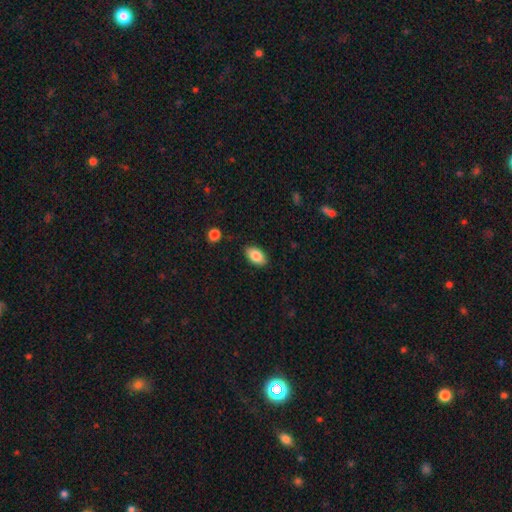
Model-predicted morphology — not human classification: Smooth or featured? Predicted: smooth (p=0.86). How rounded? Predicted: in between (p=0.93). Merging? Predicted: none (p=0.86).